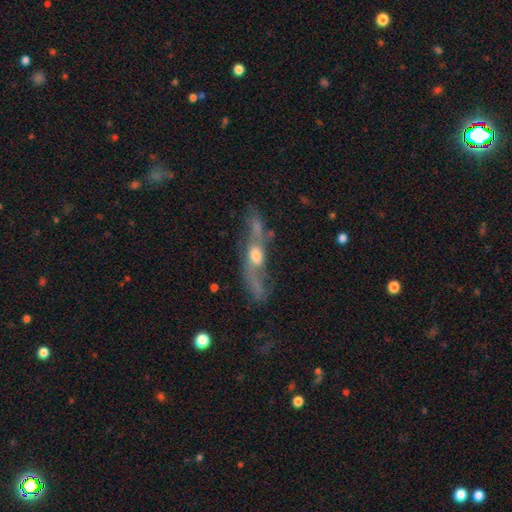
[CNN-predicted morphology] The model was most divided on "edge-on disk": no: 59%, yes: 41%. Remaining: smooth or featured — featured or disk (66%); merging — none (48%).